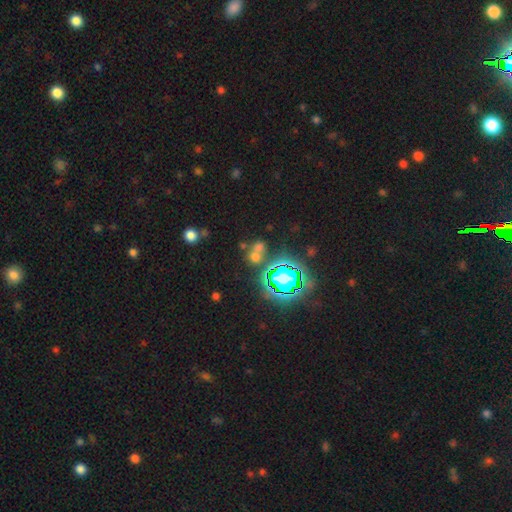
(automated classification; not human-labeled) This is possibly a star or artifact rather than a galaxy (49%).